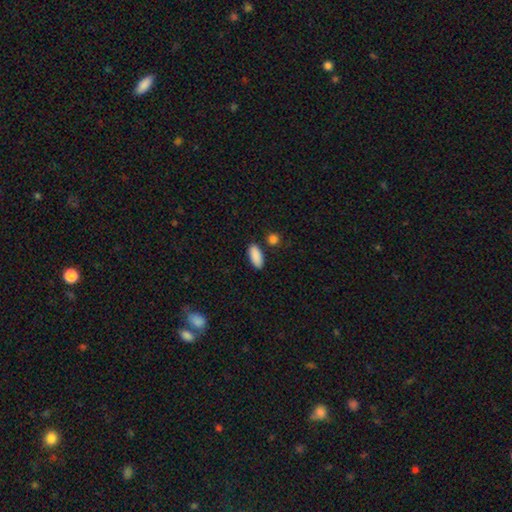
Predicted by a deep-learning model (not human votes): This is clearly a smooth galaxy (90%). How rounded: clearly in between (84%). Merging: clearly none (83%).